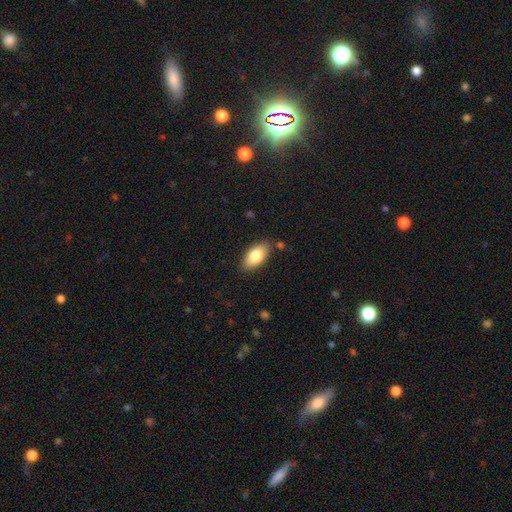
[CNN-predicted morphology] Smooth or featured? Predicted: smooth (p=0.82). How rounded? Predicted: in between (p=0.92). Merging? Predicted: none (p=0.83).